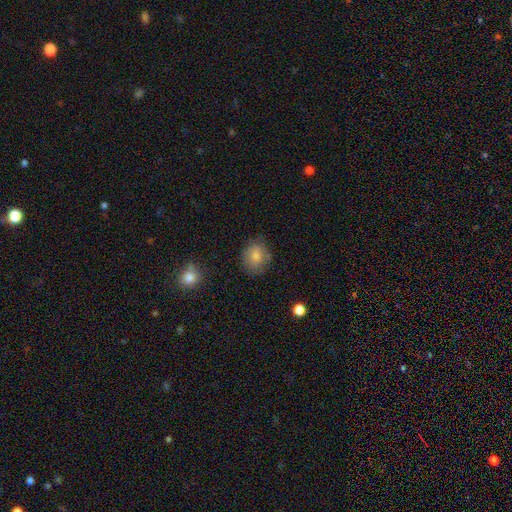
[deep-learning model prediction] A smooth galaxy with no disk features (82%) that is round (67%).

Vote fractions:
- Smooth or featured? smooth: 82% / star or artifact: 9% / featured or disk: 9%
- How rounded? round: 67% / in between: 32% / cigar-shaped: 1%
- Merging? none: 78% / minor disturbance: 16% / major disturbance: 4% / merger: 2%